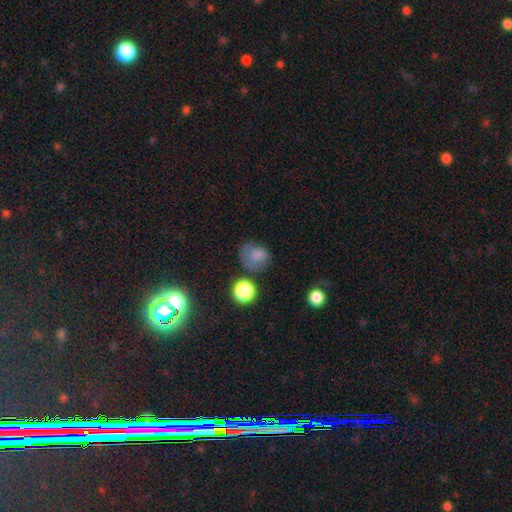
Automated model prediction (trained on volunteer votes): This appears to be a smooth galaxy with no disk features (75%) that is round (63%). Merging: none (48%).